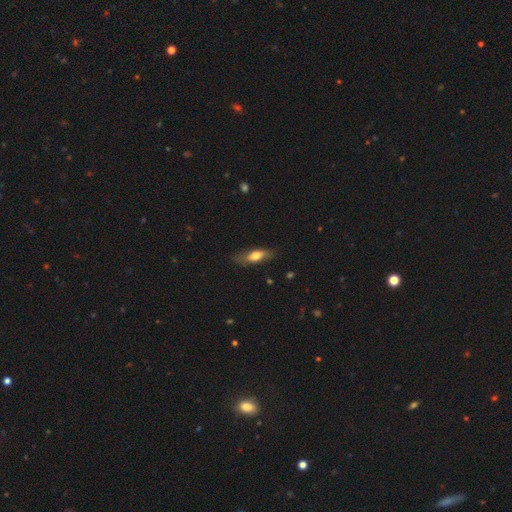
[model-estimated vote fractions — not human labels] The model was most divided on "how rounded": in between: 58%, cigar-shaped: 39%, round: 3%. More confident: merging — none (74%); smooth or featured — smooth (66%).